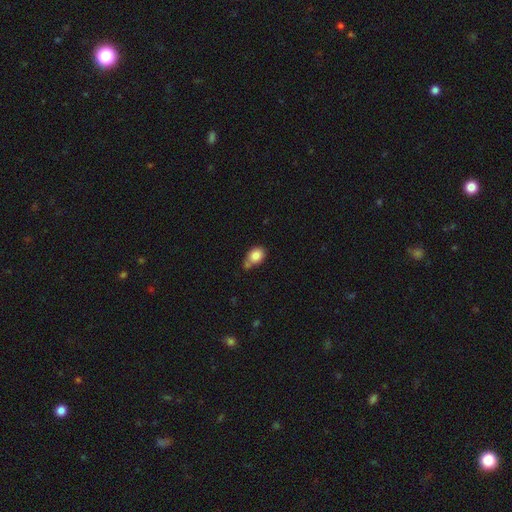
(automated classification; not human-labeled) Smooth or featured? smooth (83%)
How rounded? in between (64%)
Merging? none (48%)